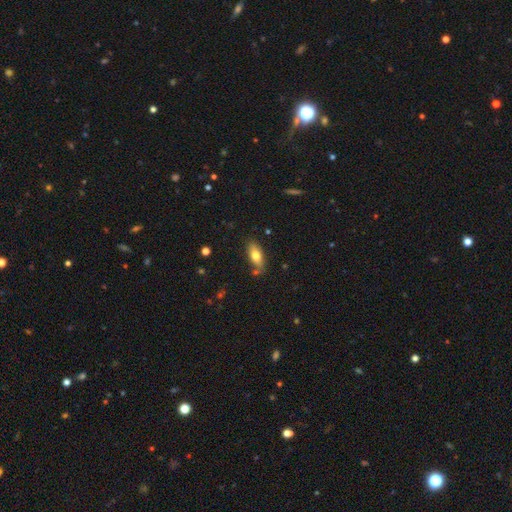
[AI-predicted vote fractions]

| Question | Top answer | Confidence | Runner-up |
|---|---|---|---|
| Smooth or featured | smooth | 68% | featured or disk (25%) |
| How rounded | in between | 79% | cigar-shaped (18%) |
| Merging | none | 76% | minor disturbance (15%) |